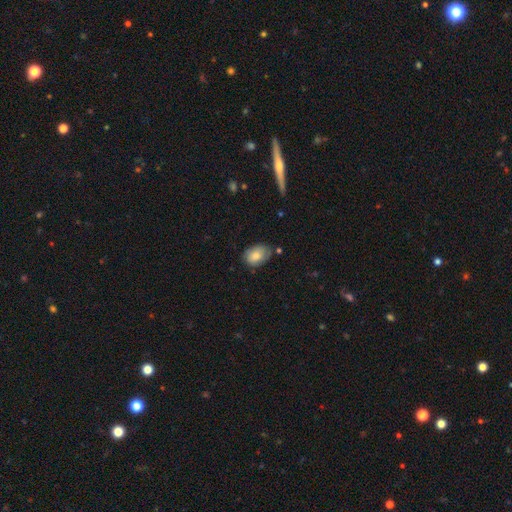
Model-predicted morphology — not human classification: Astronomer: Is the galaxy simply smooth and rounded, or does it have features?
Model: smooth — 80%.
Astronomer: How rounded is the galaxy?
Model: in between — 81%.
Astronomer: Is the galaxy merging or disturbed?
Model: none — 69%.